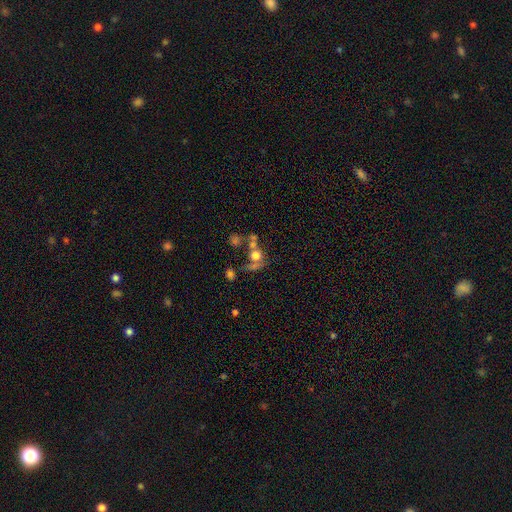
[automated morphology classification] type=smooth (57%); roundness=round (76%); merging=merger (42%).